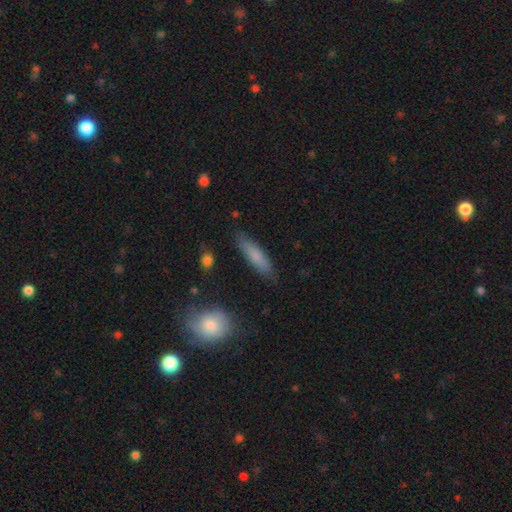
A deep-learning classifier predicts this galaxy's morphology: Overall: smooth (77%). How rounded: cigar-shaped (70%). Merging: none (82%).